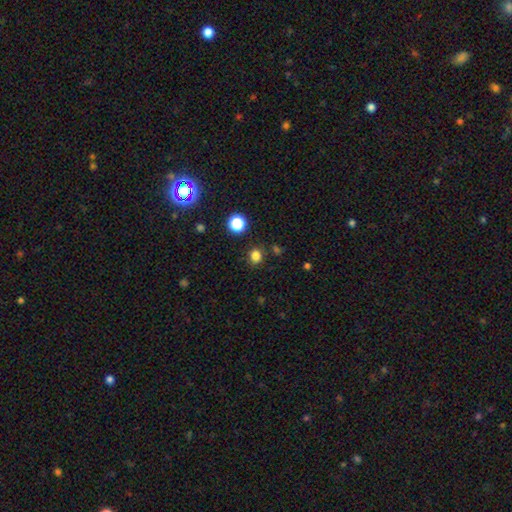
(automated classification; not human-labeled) Smooth or featured? smooth (80%)
How rounded? round (74%)
Merging? none (84%)